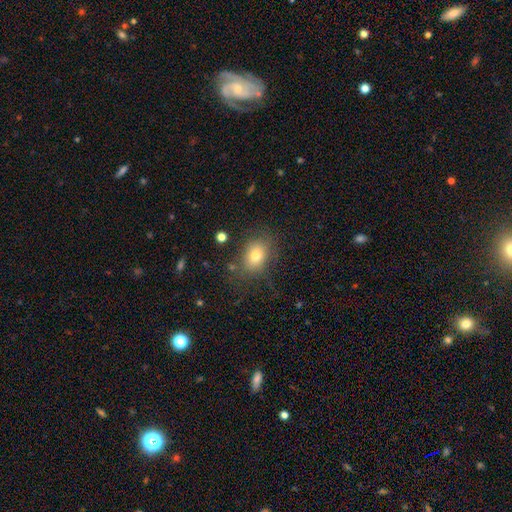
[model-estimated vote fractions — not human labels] Q: Smooth or featured?
A: smooth (75%); runner-up: featured or disk (13%)
Q: How rounded?
A: in between (63%); runner-up: round (36%)
Q: Merging?
A: none (74%); runner-up: minor disturbance (16%)